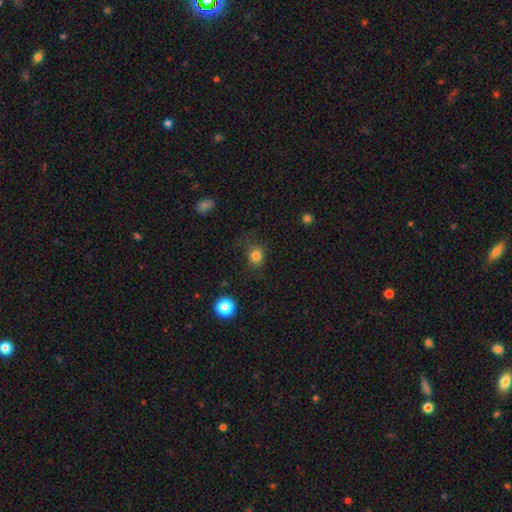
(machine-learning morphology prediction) Smooth or featured: smooth — 80% (star or artifact — 14%)
How rounded: round — 70% (in between — 29%)
Merging: none — 72% (minor disturbance — 18%)